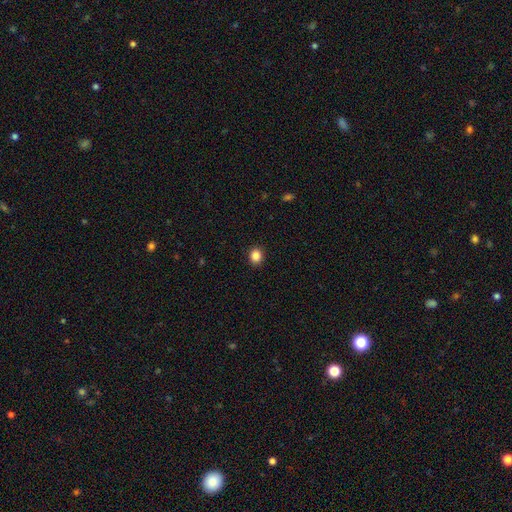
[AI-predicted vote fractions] smooth 86%, star or artifact 11%, featured or disk 3%. Down the decision tree: how rounded — round (73%); merging — none (91%).